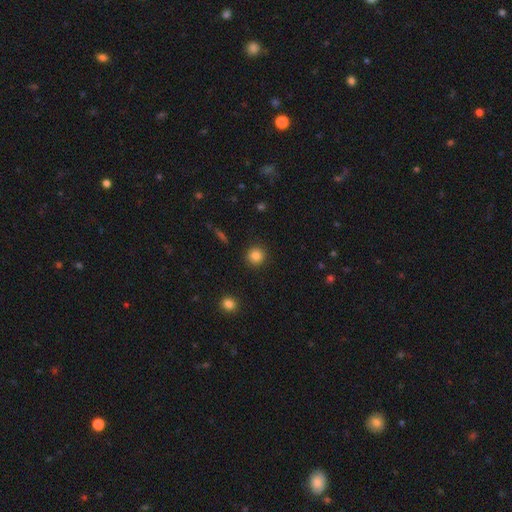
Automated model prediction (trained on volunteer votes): A smooth galaxy with no disk features (85%) that is round (94%). Merging: none (92%).